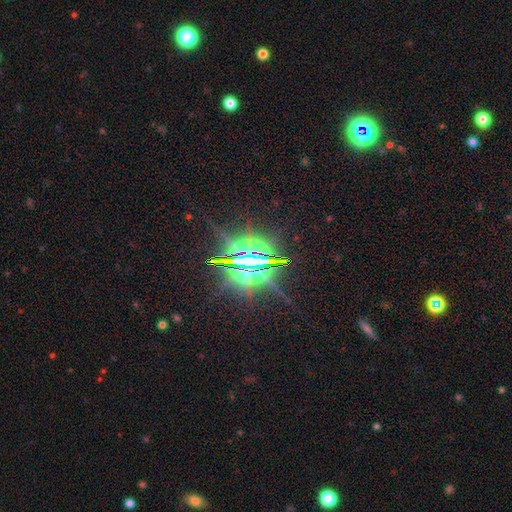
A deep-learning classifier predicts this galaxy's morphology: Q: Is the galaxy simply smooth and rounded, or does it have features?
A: star or artifact — 84%.